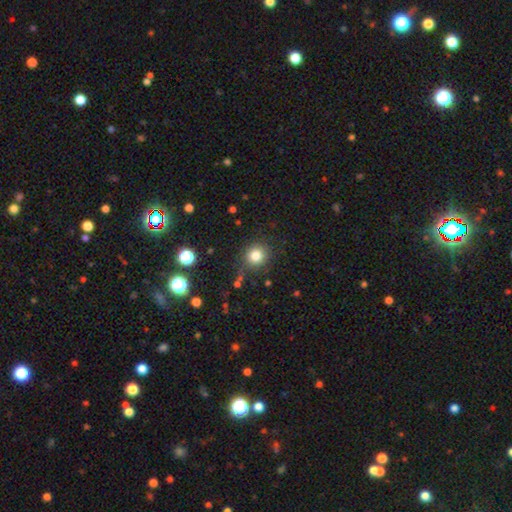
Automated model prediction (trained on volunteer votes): Smooth or featured: smooth — 81% (star or artifact — 13%)
How rounded: round — 89% (in between — 10%)
Merging: none — 82% (minor disturbance — 11%)